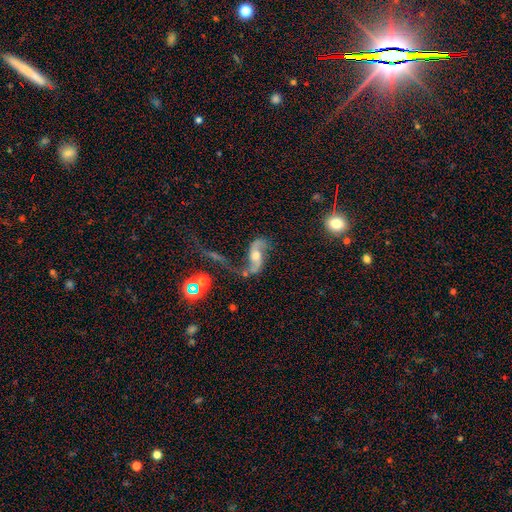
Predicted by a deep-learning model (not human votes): A featured or disk galaxy (84%) with no bar (50%), 2 (92%) loose (81%) spiral arms (94%) and a moderate central bulge (62%). Merging: none (55%).